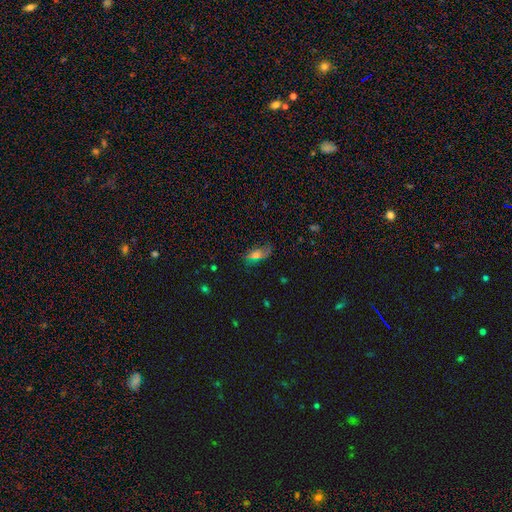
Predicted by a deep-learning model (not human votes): This appears to be a smooth galaxy with no disk features (48%). Merging: none (48%).